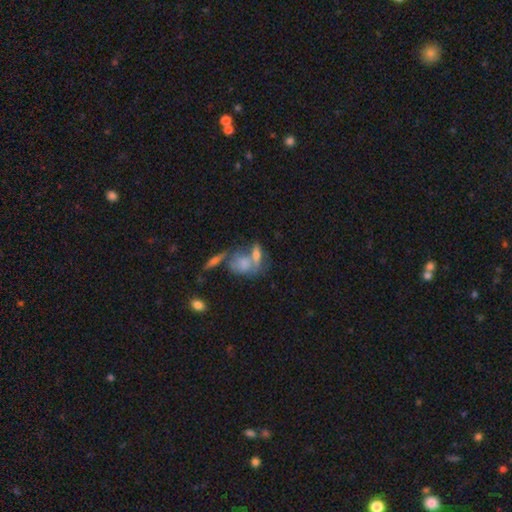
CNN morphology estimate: This is possibly a smooth galaxy (55%). How rounded: likely in between (66%). Merging: marginally merger (44%).